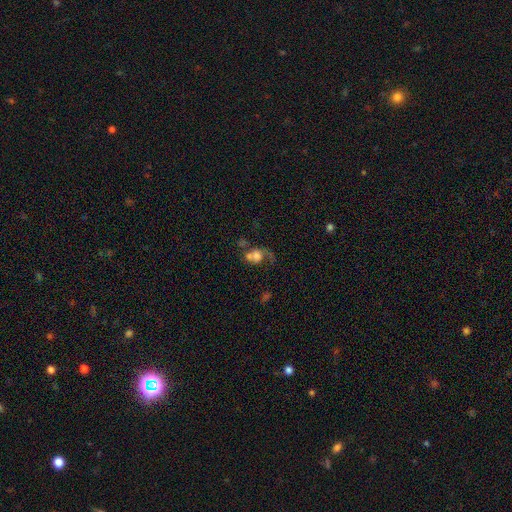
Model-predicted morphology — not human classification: Smooth or featured: smooth — 50% (featured or disk — 38%)
Merging: merger — 42% (major disturbance — 27%)